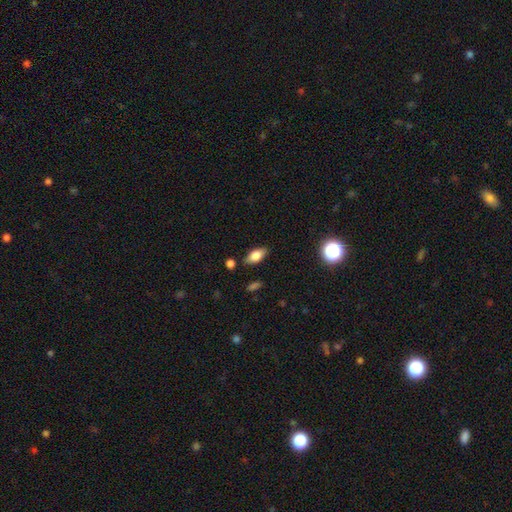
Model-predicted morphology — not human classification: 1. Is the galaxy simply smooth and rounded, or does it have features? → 74% smooth, 17% featured or disk, 8% star or artifact.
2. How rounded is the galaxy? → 86% in between, 11% cigar-shaped, 4% round.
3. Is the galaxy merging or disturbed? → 84% none, 11% minor disturbance, 3% merger, 2% major disturbance.